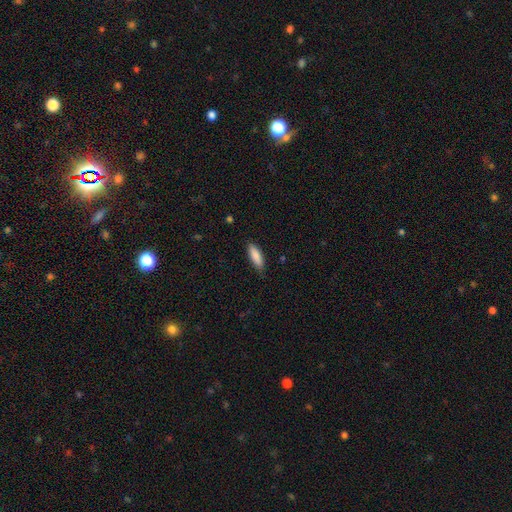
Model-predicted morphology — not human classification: Smooth or featured: smooth — 87% (featured or disk — 7%)
How rounded: in between — 53% (cigar-shaped — 45%)
Merging: none — 82% (minor disturbance — 14%)